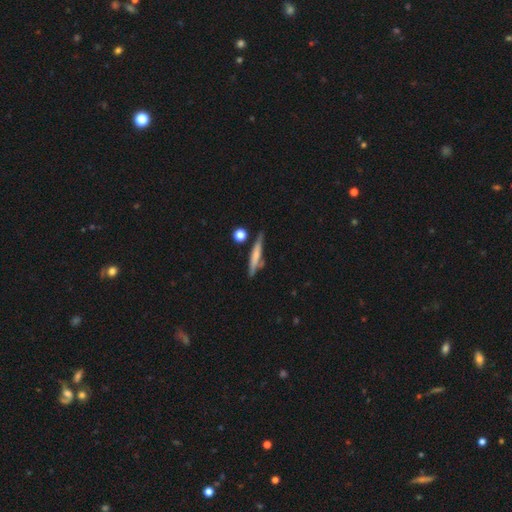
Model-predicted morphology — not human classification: Smooth or featured: smooth — 55% (featured or disk — 39%)
How rounded: cigar-shaped — 88% (in between — 9%)
Merging: none — 71% (minor disturbance — 16%)